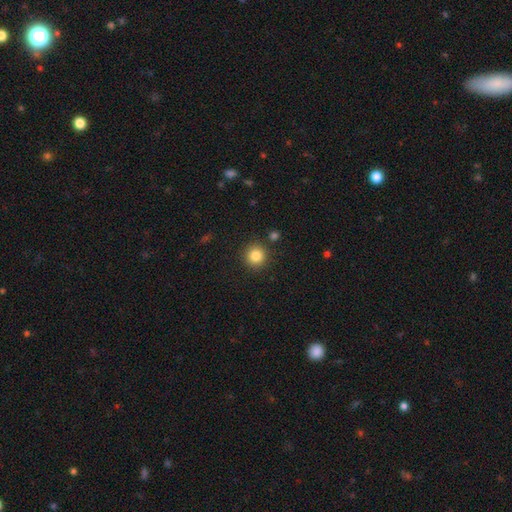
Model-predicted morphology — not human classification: Smooth or featured? Predicted: smooth (p=0.84). How rounded? Predicted: round (p=0.94). Merging? Predicted: none (p=0.89).